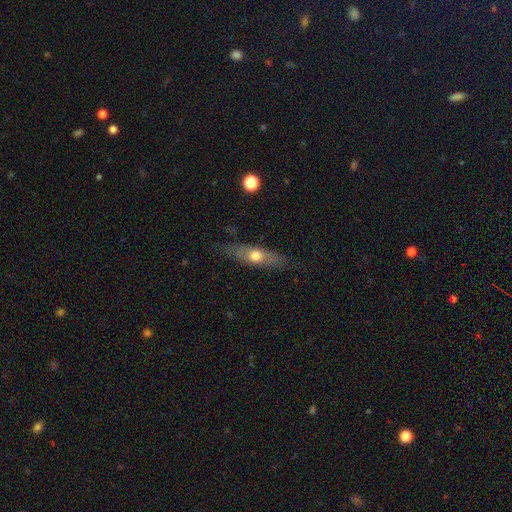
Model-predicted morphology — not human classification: smooth-or-featured: smooth: 51% | featured or disk: 43% | star or artifact: 6%
  how-rounded: cigar-shaped: 60% | in between: 35% | round: 5%
  merging: none: 79% | minor disturbance: 16% | major disturbance: 5% | merger: 1%